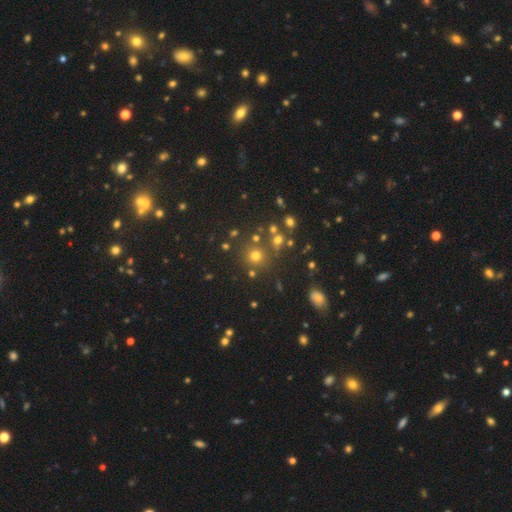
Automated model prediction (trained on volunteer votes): Smooth or featured? Predicted: smooth (p=0.64). How rounded? Predicted: round (p=0.92). Merging? Predicted: none (p=0.79).